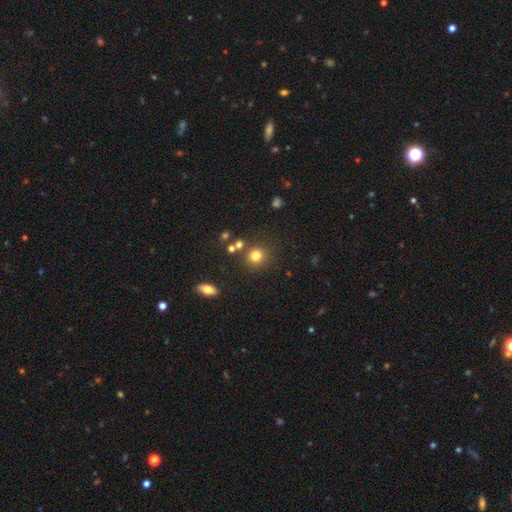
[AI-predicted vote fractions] This is likely a smooth galaxy (79%). How rounded: clearly round (88%). Merging: likely none (78%).